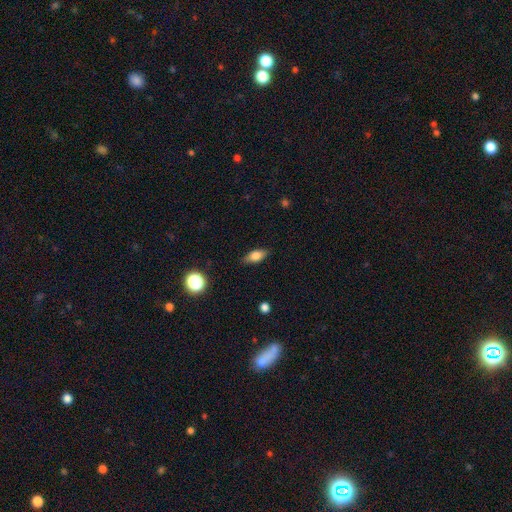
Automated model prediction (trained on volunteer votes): Smooth or featured: smooth — 74% (featured or disk — 17%)
How rounded: in between — 80% (cigar-shaped — 15%)
Merging: none — 85% (minor disturbance — 12%)